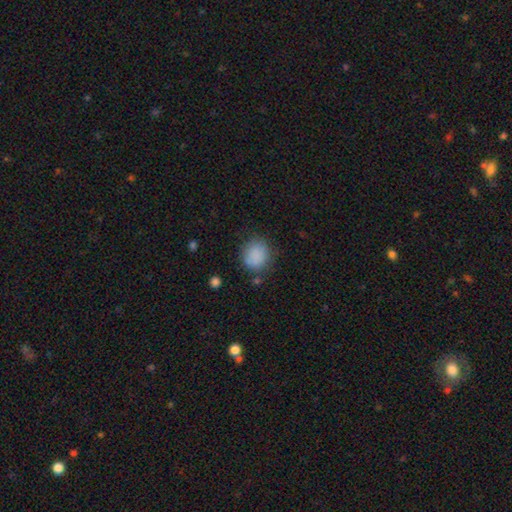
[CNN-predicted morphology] smooth-or-featured: smooth: 86% | star or artifact: 9% | featured or disk: 5%
  how-rounded: round: 75% | in between: 24% | cigar-shaped: 1%
  merging: none: 75% | minor disturbance: 16% | major disturbance: 6% | merger: 3%